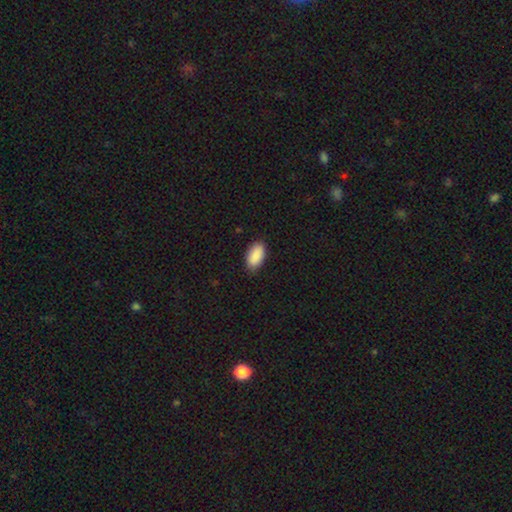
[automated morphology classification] Smooth or featured? Predicted: smooth (p=0.90). How rounded? Predicted: in between (p=0.94). Merging? Predicted: none (p=0.84).